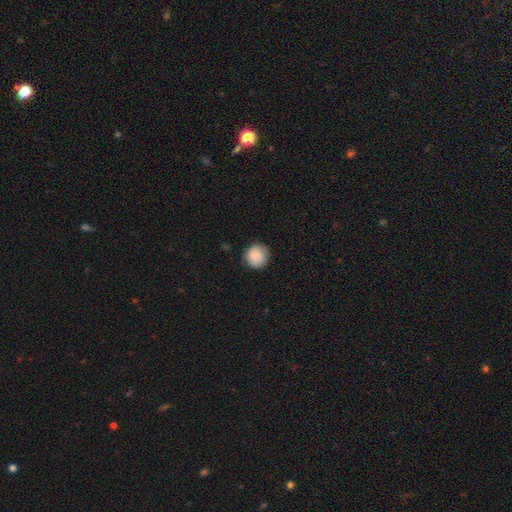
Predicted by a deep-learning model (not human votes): A smooth galaxy with no disk features (88%) that is round (93%). Merging: none (86%).